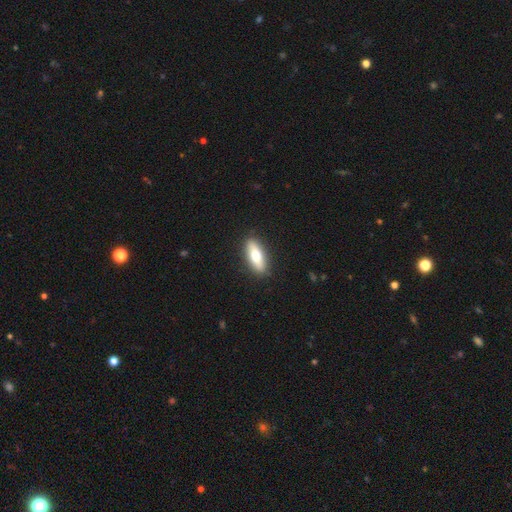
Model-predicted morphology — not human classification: smooth_or_featured: smooth (p=0.68) [alt: featured or disk p=0.26]
how_rounded: in between (p=0.60) [alt: cigar-shaped p=0.37]
merging: none (p=0.89) [alt: minor disturbance p=0.08]